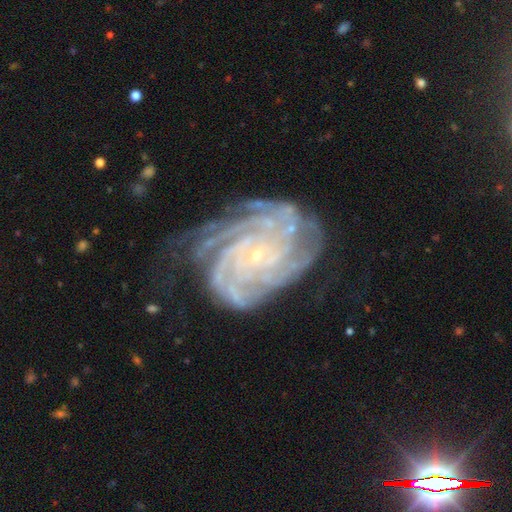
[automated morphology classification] type=featured or disk (90%); edge-on=no (98%); bar=no (71%); spiral arms=yes (98%); winding=tight (79%); arm count=more than 4 (29%); bulge=small (87%); merging=none (64%).